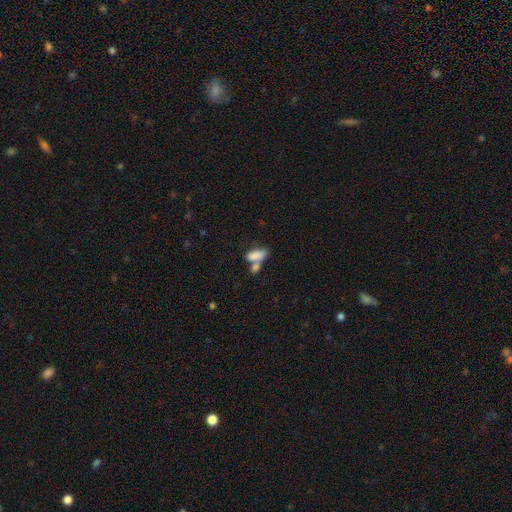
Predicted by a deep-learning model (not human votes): Smooth or featured? smooth (81%)
How rounded? in between (85%)
Merging? merger (52%)